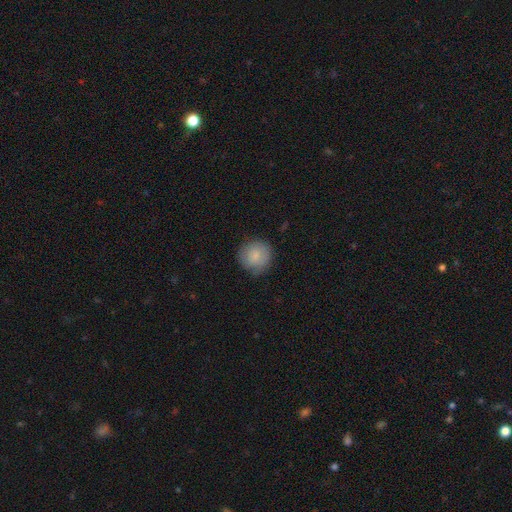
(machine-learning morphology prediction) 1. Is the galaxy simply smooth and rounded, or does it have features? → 78% smooth, 15% featured or disk, 7% star or artifact.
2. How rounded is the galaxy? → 92% round, 7% in between, 1% cigar-shaped.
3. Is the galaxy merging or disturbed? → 74% none, 20% minor disturbance, 5% major disturbance, 1% merger.